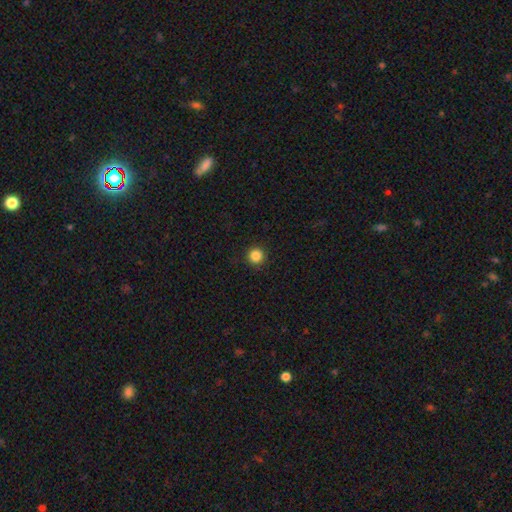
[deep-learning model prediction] smooth 86%, star or artifact 11%, featured or disk 3%. Down the decision tree: how rounded — round (96%); merging — none (92%).